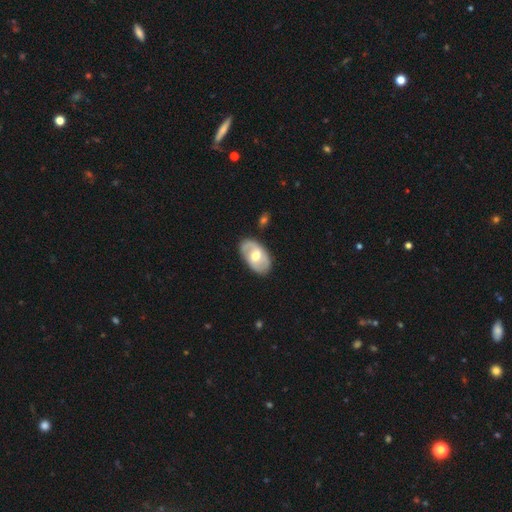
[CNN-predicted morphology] Smooth or featured? featured or disk (56%)
Edge-on disk? no (93%)
Bar? no (47%)
Spiral arms? yes (56%)
Bulge size? moderate (75%)
Merging? none (80%)